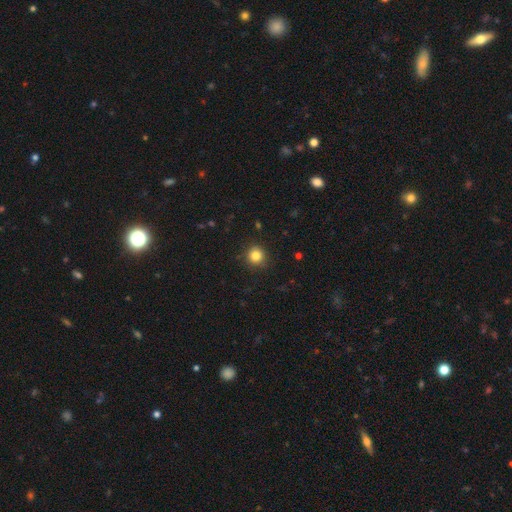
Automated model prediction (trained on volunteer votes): Morphology: type=smooth (83%); roundness=round (93%); merging=none (88%).